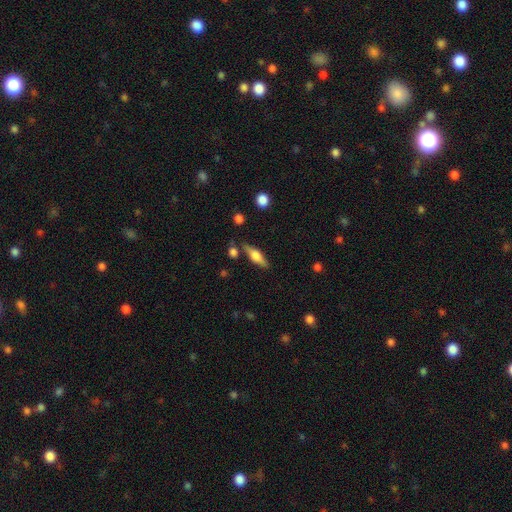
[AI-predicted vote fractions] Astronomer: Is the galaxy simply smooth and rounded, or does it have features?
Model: smooth — 50% (runner-up: featured or disk, 43%).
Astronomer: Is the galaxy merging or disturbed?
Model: none — 78%.